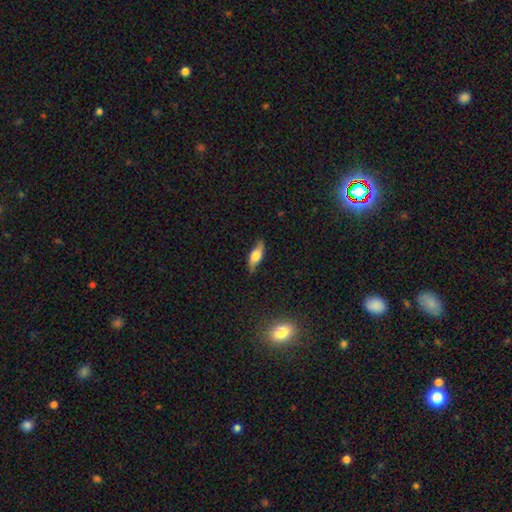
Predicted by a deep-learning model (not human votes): Overall: smooth (48%; featured or disk 45%). Merging: none (80%).